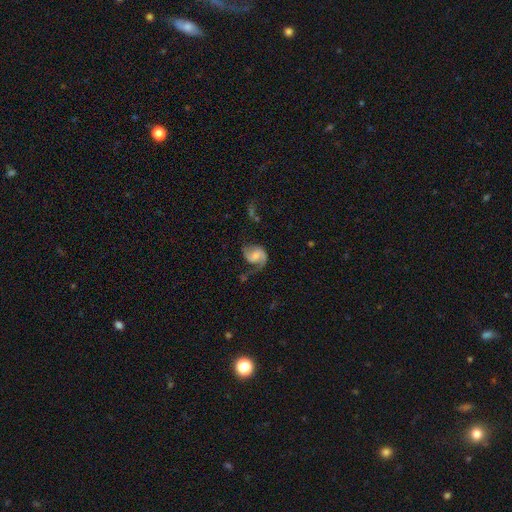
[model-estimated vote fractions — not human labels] The model was most divided on "bar": no: 46%, weak: 43%, strong: 11%. Remaining: edge-on disk — no (98%); spiral arms — yes (95%); smooth or featured — featured or disk (78%); spiral arm count — 2 (65%); merging — none (47%); spiral winding — medium (44%); bulge size — small (37%).